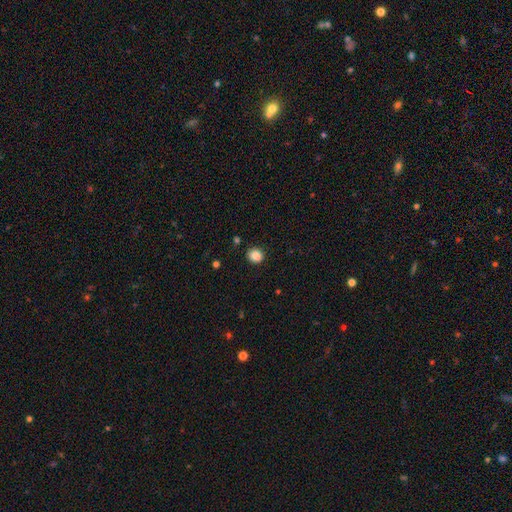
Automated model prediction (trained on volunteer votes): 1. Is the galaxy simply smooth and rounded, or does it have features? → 87% smooth, 10% star or artifact, 3% featured or disk.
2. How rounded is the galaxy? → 74% round, 25% in between, 1% cigar-shaped.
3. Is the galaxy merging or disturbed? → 87% none, 9% minor disturbance, 2% major disturbance, 2% merger.